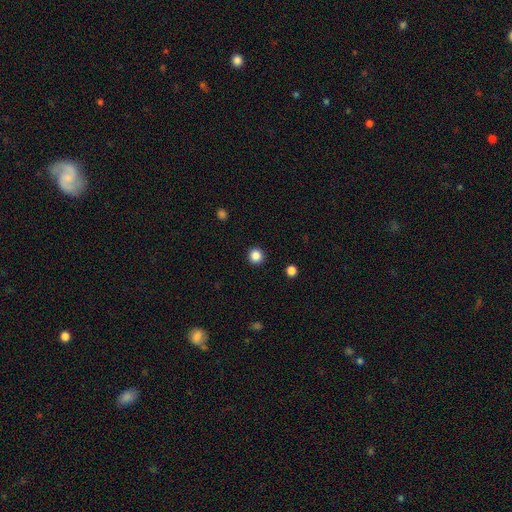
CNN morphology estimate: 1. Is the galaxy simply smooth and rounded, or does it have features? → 86% smooth, 11% star or artifact, 3% featured or disk.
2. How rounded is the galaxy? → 94% round, 5% in between, 1% cigar-shaped.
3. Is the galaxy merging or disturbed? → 93% none, 4% minor disturbance, 2% major disturbance, 1% merger.